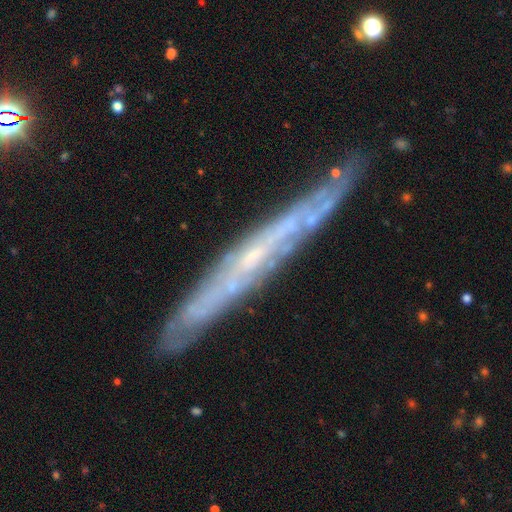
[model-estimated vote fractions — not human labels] A featured or disk galaxy (78%) viewed edge-on (77%) with no central bulge (67%). Merging: none (82%).